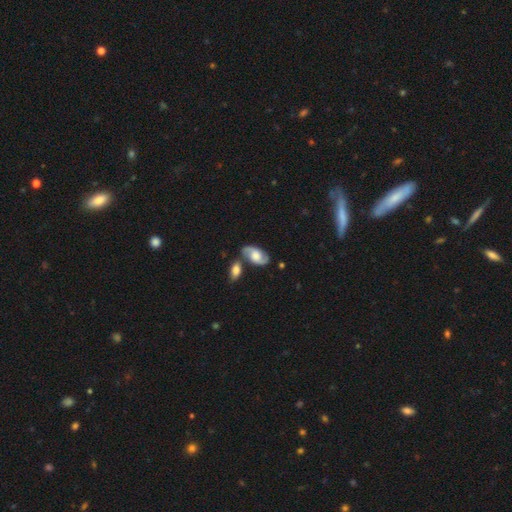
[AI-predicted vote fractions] Smooth or featured? featured or disk (73%)
Edge-on disk? no (95%)
Bar? no (64%)
Spiral arms? yes (92%)
Spiral winding? medium (50%)
Spiral arm count? 2 (91%)
Bulge size? large (38%)
Merging? none (62%)